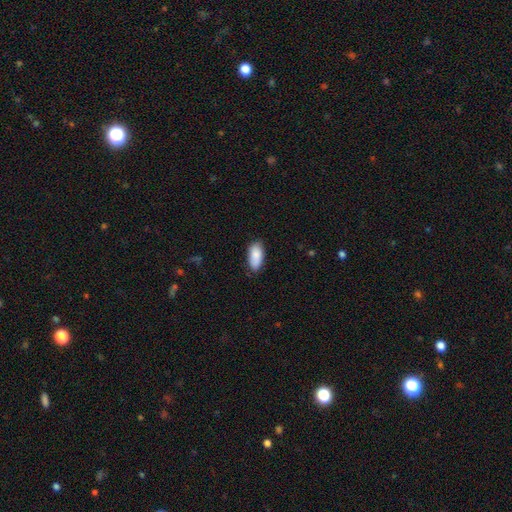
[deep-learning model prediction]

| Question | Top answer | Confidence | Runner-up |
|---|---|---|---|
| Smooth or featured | smooth | 87% | featured or disk (6%) |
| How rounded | in between | 90% | cigar-shaped (8%) |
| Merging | none | 79% | minor disturbance (17%) |